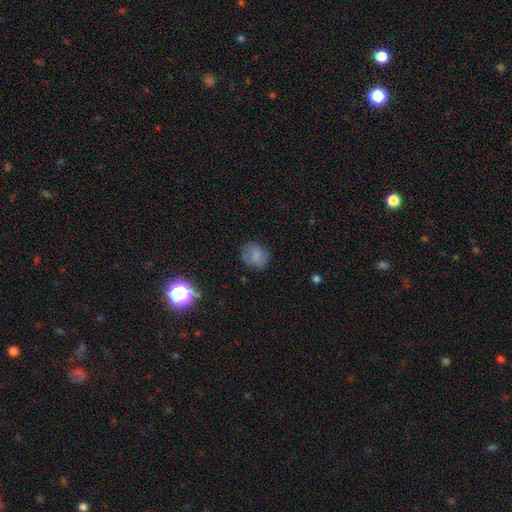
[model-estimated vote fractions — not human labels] smooth-or-featured: smooth: 79% | star or artifact: 11% | featured or disk: 10%
  how-rounded: round: 69% | in between: 30% | cigar-shaped: 1%
  merging: none: 77% | minor disturbance: 16% | major disturbance: 5% | merger: 1%